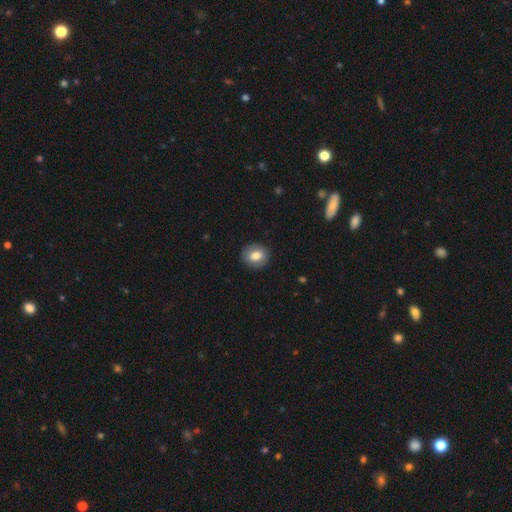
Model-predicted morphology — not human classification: Smooth or featured? smooth (79%)
How rounded? round (70%)
Merging? none (89%)